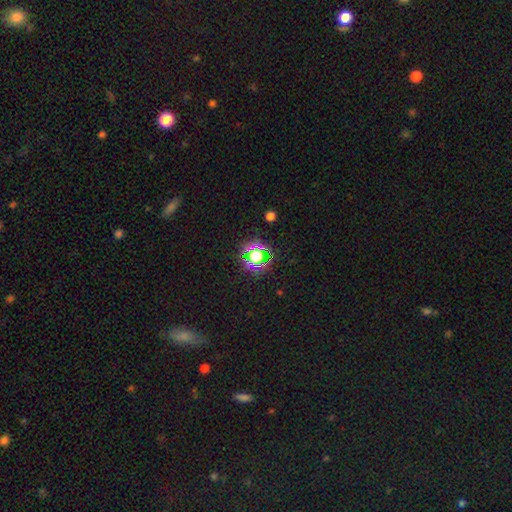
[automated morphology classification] Smooth or featured? star or artifact (53%)